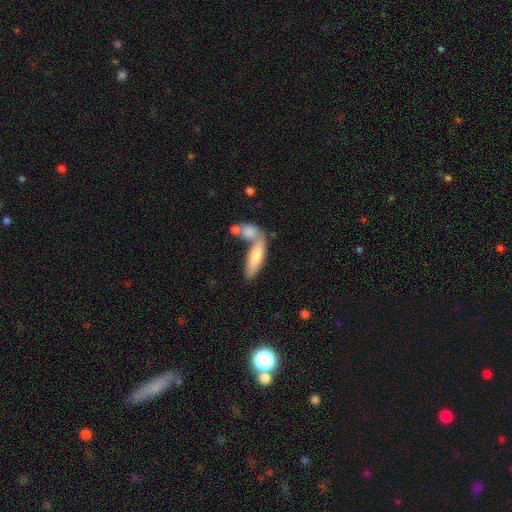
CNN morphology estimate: Smooth or featured? smooth (70%)
How rounded? cigar-shaped (49%)
Merging? merger (46%)